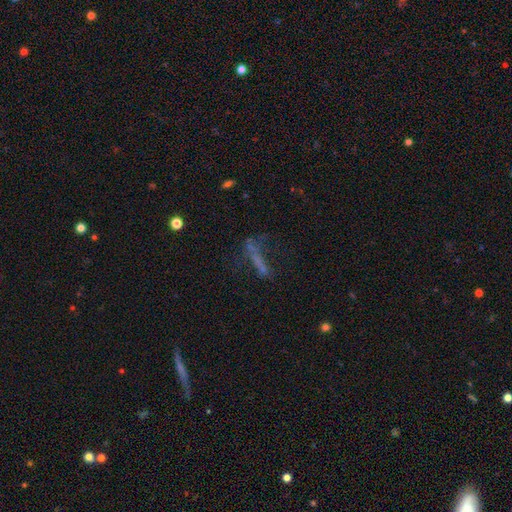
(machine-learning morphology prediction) This is marginally a smooth galaxy (39%). Merging: marginally none (43%).